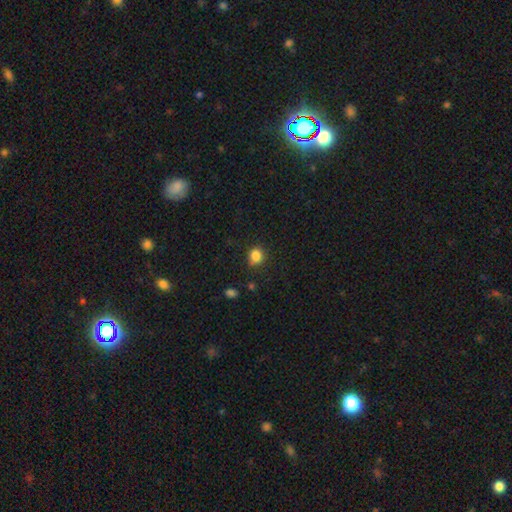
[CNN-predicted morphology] smooth 84%, star or artifact 12%, featured or disk 4%. Down the decision tree: how rounded — round (76%); merging — none (79%).